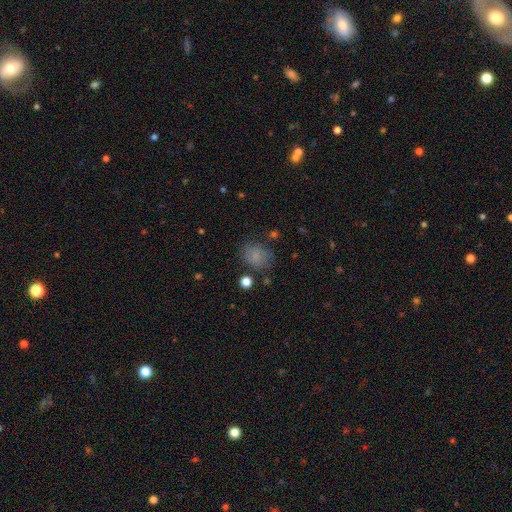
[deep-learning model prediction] Smooth or featured: smooth — 75% (star or artifact — 14%)
How rounded: round — 50% (in between — 49%)
Merging: none — 68% (minor disturbance — 20%)